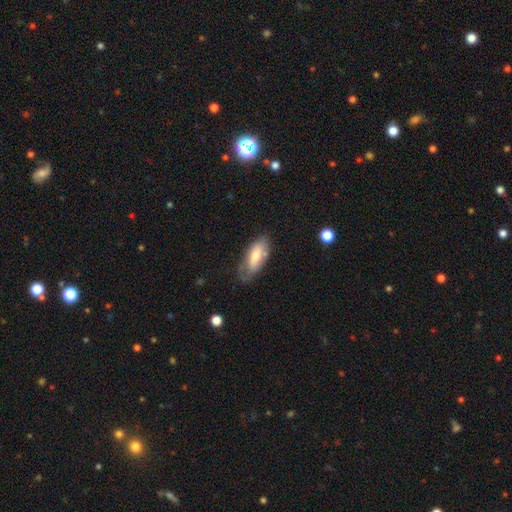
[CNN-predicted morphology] This appears to be a smooth galaxy with no disk features (61%) that is in between round and cigar-shaped (82%). Merging: none (60%).